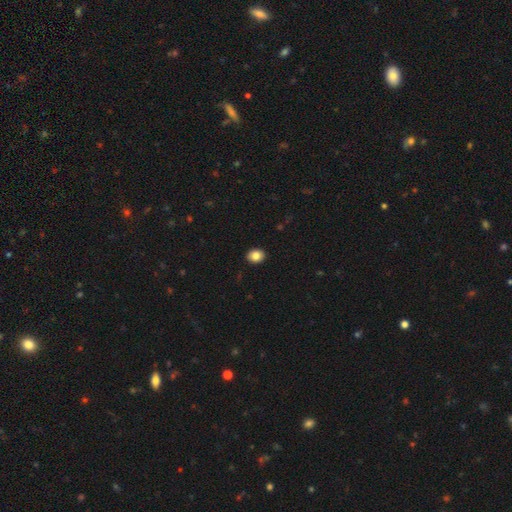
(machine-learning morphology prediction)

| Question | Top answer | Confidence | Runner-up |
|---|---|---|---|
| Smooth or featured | smooth | 85% | star or artifact (9%) |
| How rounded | round | 53% | in between (46%) |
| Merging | none | 92% | minor disturbance (6%) |